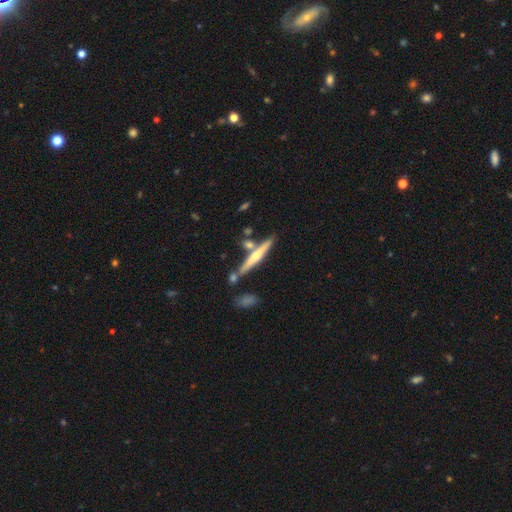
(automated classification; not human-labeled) Smooth or featured: featured or disk — 57% (smooth — 37%)
Edge-on disk: yes — 96% (no — 4%)
Edge-on bulge: rounded — 72% (none — 22%)
Merging: none — 72% (merger — 13%)